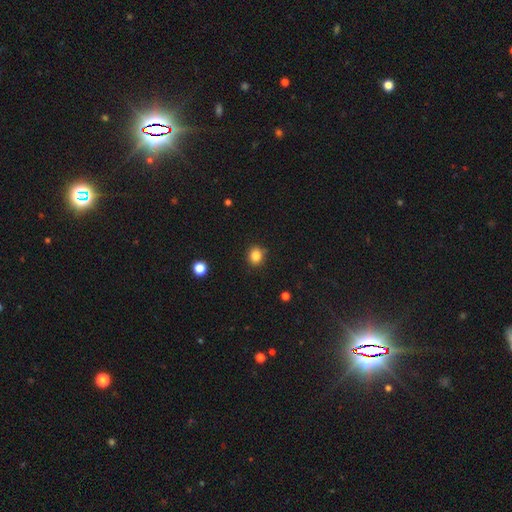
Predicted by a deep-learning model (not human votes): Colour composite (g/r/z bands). It shows a smooth galaxy with no disk features (85%) that is round (73%). Merging: none (87%).